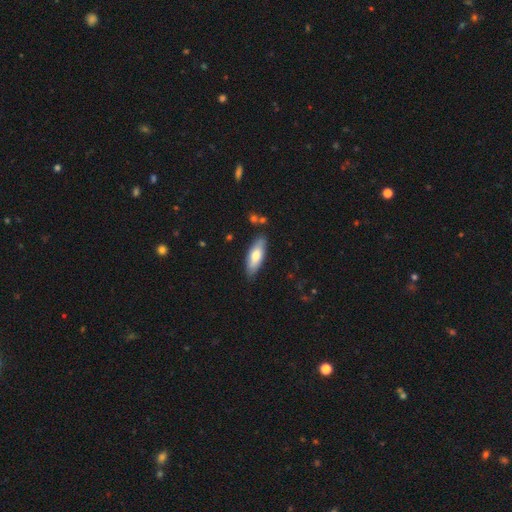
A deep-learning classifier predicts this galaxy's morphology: This appears to be a smooth galaxy with no disk features (69%) that is in between round and cigar-shaped (64%). Merging: none (83%).